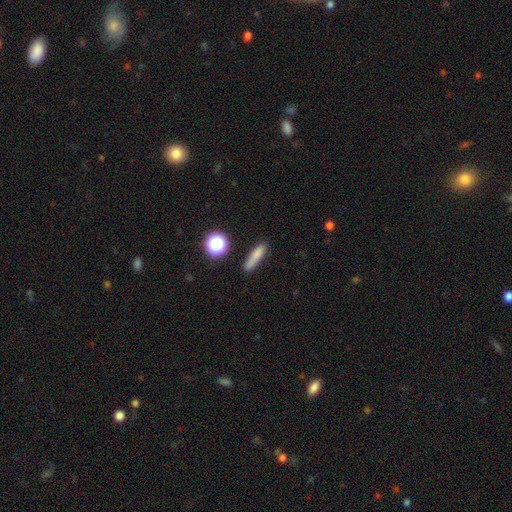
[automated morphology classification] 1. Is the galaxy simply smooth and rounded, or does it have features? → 76% smooth, 12% star or artifact, 12% featured or disk.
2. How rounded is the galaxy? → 75% cigar-shaped, 16% in between, 8% round.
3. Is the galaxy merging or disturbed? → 75% none, 16% minor disturbance, 5% major disturbance, 4% merger.